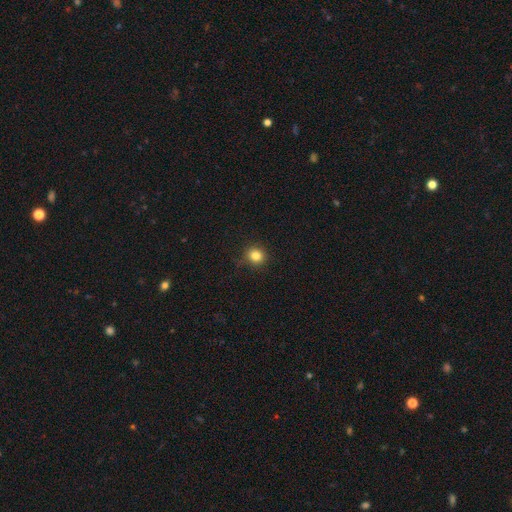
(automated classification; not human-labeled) A smooth galaxy with no disk features (83%) that is round (90%).

Vote fractions:
- Smooth or featured? smooth: 83% / star or artifact: 12% / featured or disk: 5%
- How rounded? round: 90% / in between: 9% / cigar-shaped: 1%
- Merging? none: 88% / minor disturbance: 8% / major disturbance: 2% / merger: 1%